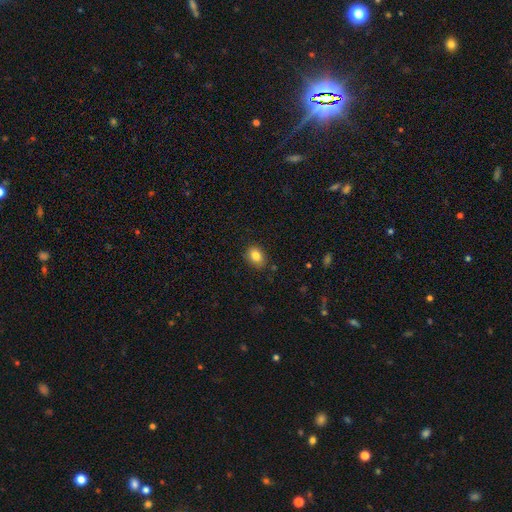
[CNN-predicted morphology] A smooth galaxy with no disk features (84%) that is in between round and cigar-shaped (71%).

Vote fractions:
- Smooth or featured? smooth: 84% / star or artifact: 9% / featured or disk: 7%
- How rounded? in between: 71% / round: 28% / cigar-shaped: 1%
- Merging? none: 85% / minor disturbance: 11% / major disturbance: 2% / merger: 1%